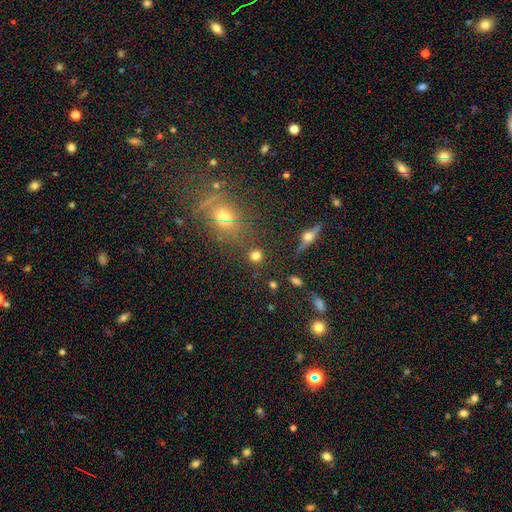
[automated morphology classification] A smooth galaxy with no disk features (77%) that is round (89%). Merging: none (83%).